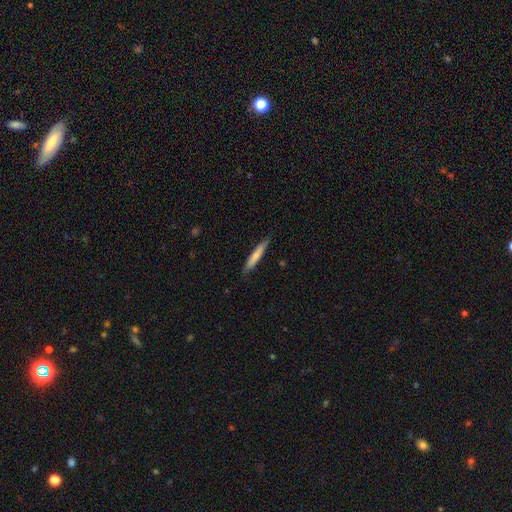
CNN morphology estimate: Smooth or featured: smooth — 72% (featured or disk — 22%)
How rounded: cigar-shaped — 93% (in between — 6%)
Merging: none — 84% (minor disturbance — 13%)